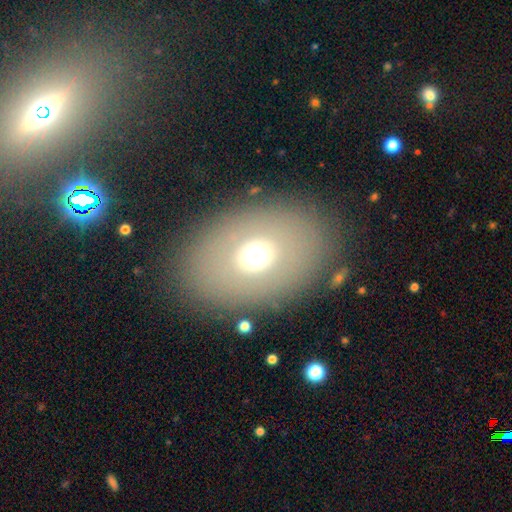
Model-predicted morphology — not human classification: Smooth or featured?
  - smooth: 62% *
  - featured or disk: 26%
  - star or artifact: 12%
How rounded?
  - in between: 74% *
  - round: 25%
  - cigar-shaped: 1%
Merging?
  - none: 85% *
  - minor disturbance: 8%
  - major disturbance: 5%
  - merger: 2%